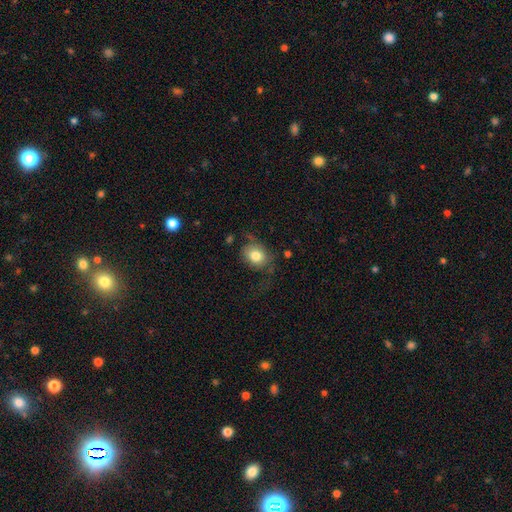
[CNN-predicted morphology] Overall: smooth (77%). How rounded: round (52%; in between 47%). Merging: none (54%; minor disturbance 24%).